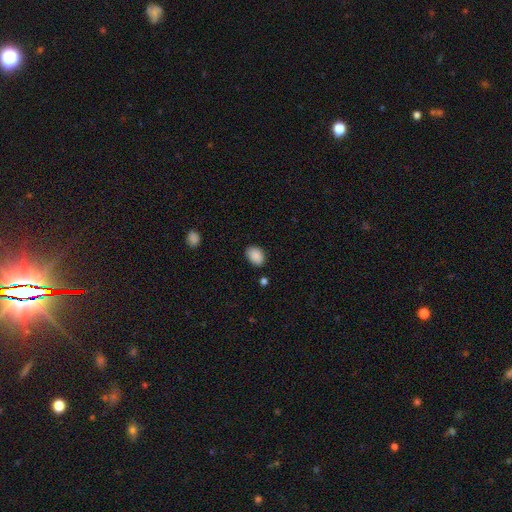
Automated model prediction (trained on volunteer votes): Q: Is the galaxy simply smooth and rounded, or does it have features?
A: smooth — 90%.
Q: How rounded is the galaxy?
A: in between — 79%.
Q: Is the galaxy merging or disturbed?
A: none — 84%.